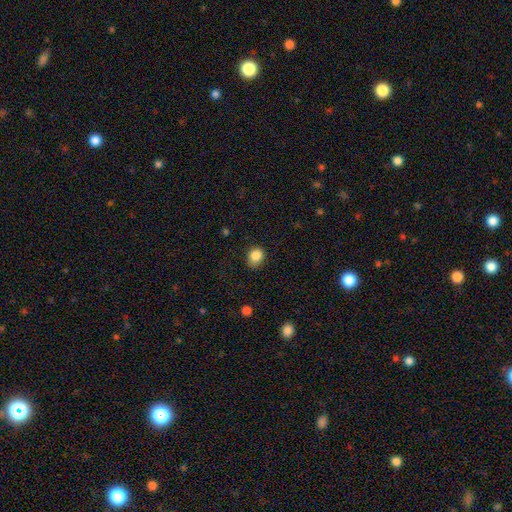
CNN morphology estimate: A smooth galaxy with no disk features (86%) that is round (66%). Merging: none (82%).